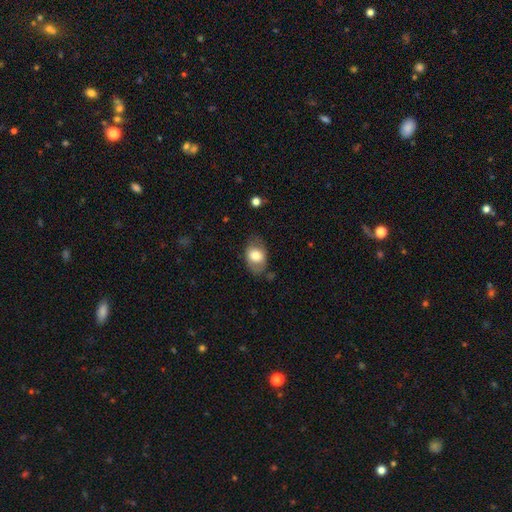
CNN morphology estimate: smooth 72%, featured or disk 21%, star or artifact 7%. Down the decision tree: how rounded — in between (81%); merging — none (70%).